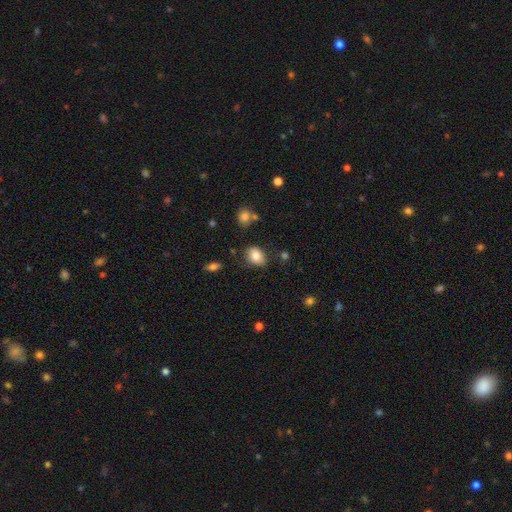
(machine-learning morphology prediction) Overall: smooth (81%). How rounded: in between (64%; round 35%). Merging: none (76%).